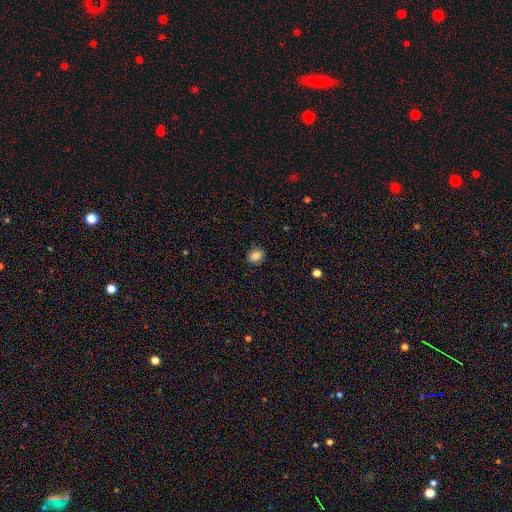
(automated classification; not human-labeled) This is clearly a smooth galaxy (85%). How rounded: possibly round (53%). Merging: clearly none (87%).